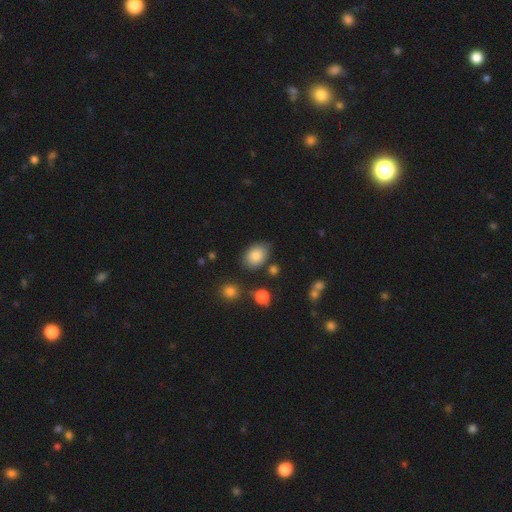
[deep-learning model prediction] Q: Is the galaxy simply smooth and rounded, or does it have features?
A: smooth — 84%.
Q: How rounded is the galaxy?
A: in between — 75%.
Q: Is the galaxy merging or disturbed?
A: none — 74%.